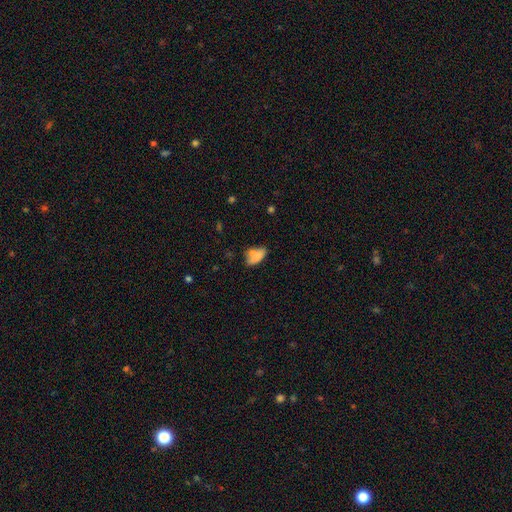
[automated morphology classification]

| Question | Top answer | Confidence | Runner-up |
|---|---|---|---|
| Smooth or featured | smooth | 75% | featured or disk (15%) |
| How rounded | in between | 88% | round (6%) |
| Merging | none | 46% | minor disturbance (25%) |